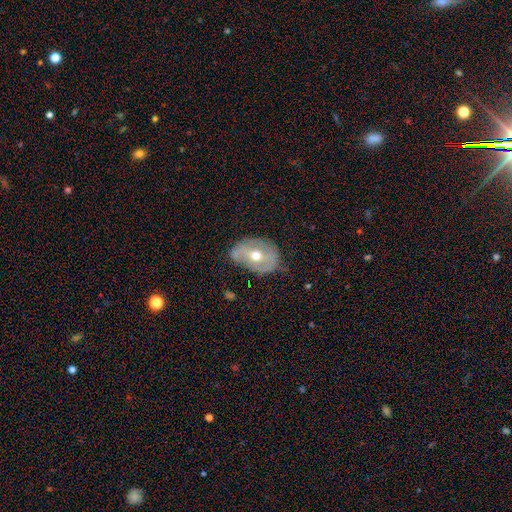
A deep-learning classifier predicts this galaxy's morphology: This appears to be a featured or disk galaxy (64%) with no bar (49%), spiral arms (54%) and a moderate central bulge (78%). Merging: none (64%).